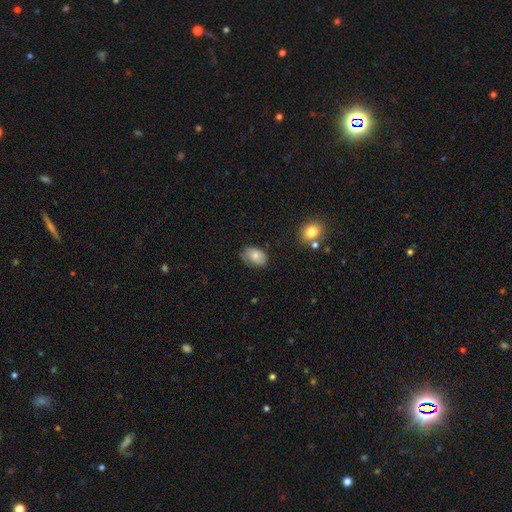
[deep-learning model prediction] This is likely a smooth galaxy (71%). How rounded: clearly in between (85%). Merging: likely none (64%).